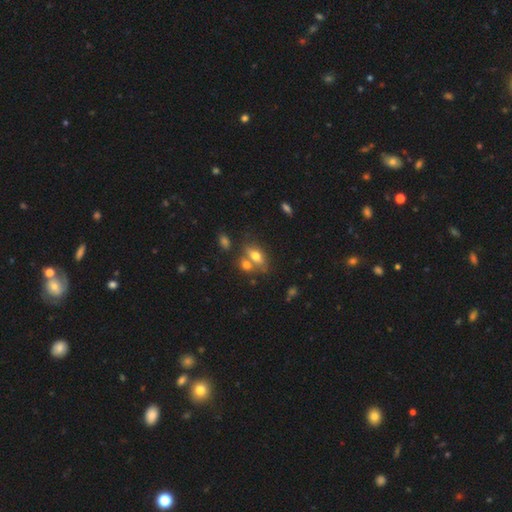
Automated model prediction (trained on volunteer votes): Smooth or featured?
  - smooth: 66% *
  - featured or disk: 24%
  - star or artifact: 11%
How rounded?
  - in between: 78% *
  - cigar-shaped: 12%
  - round: 10%
Merging?
  - none: 48% *
  - merger: 35%
  - minor disturbance: 12%
  - major disturbance: 5%